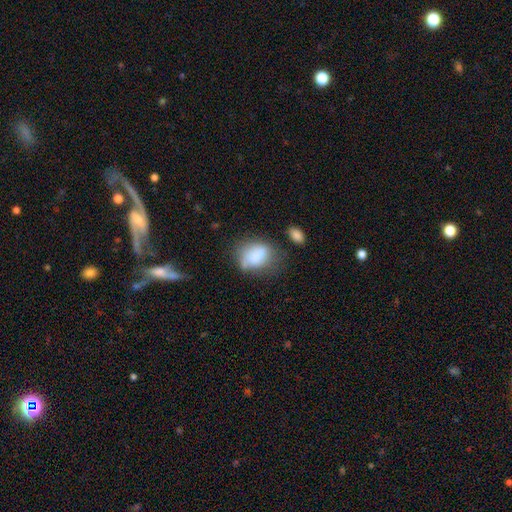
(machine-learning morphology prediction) Smooth or featured?
  - smooth: 78% *
  - featured or disk: 13%
  - star or artifact: 9%
How rounded?
  - in between: 69% *
  - round: 29%
  - cigar-shaped: 1%
Merging?
  - none: 40% *
  - minor disturbance: 31%
  - major disturbance: 19%
  - merger: 10%